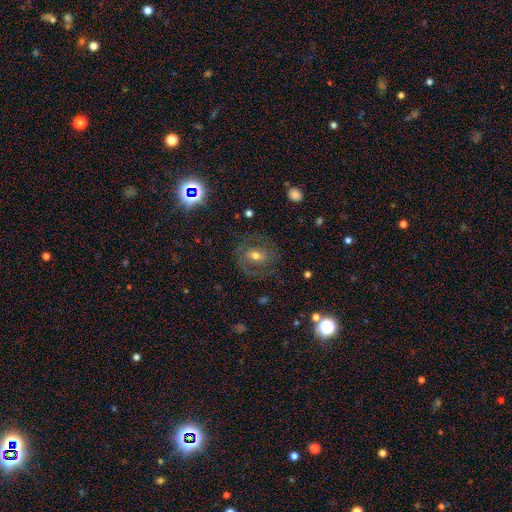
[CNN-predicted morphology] smooth-or-featured: featured or disk: 64% | smooth: 26% | star or artifact: 11%
  disk-edge-on: no: 95% | yes: 5%
    bar: weak: 45% | no: 31% | strong: 24%
    has-spiral-arms: yes: 76% | no: 24%
    bulge-size: moderate: 67% | small: 23% | large: 7% | none: 1% | dominant: 1%
  merging: none: 74% | minor disturbance: 15% | major disturbance: 10% | merger: 1%